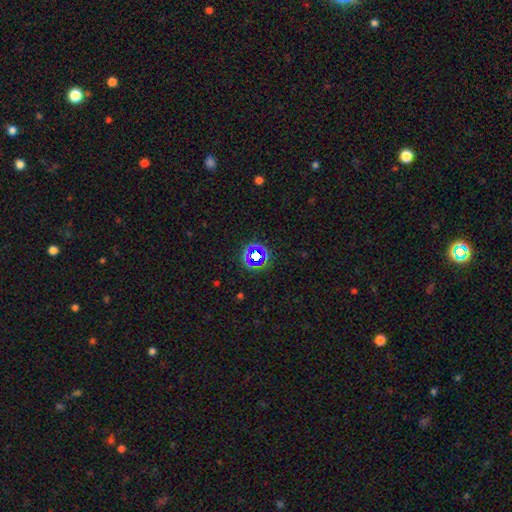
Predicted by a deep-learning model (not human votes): star or artifact 60%, smooth 29%, featured or disk 12%.